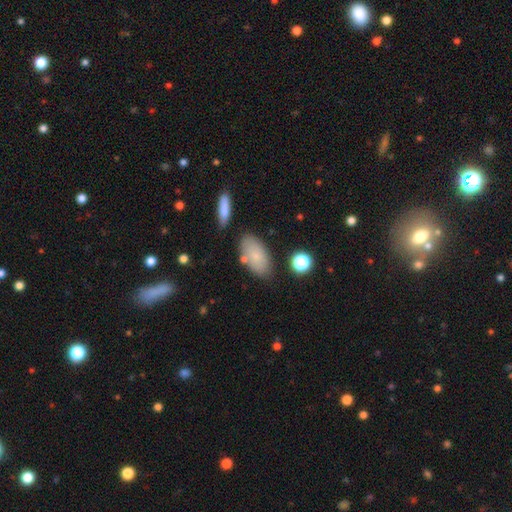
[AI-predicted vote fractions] Overall: smooth (77%). How rounded: in between (92%). Merging: none (74%).